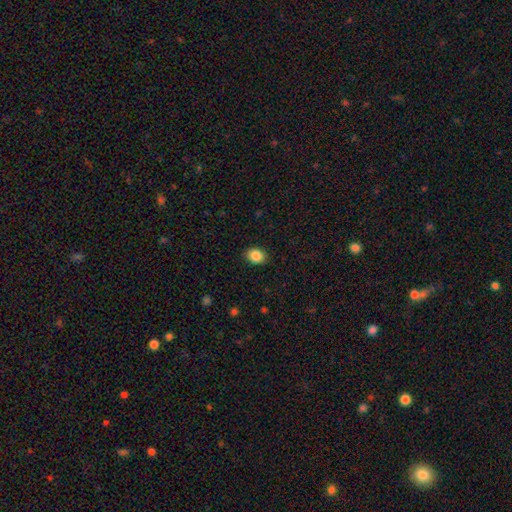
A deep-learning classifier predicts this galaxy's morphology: smooth 86%, star or artifact 9%, featured or disk 5%. Down the decision tree: how rounded — in between (56%); merging — none (89%).